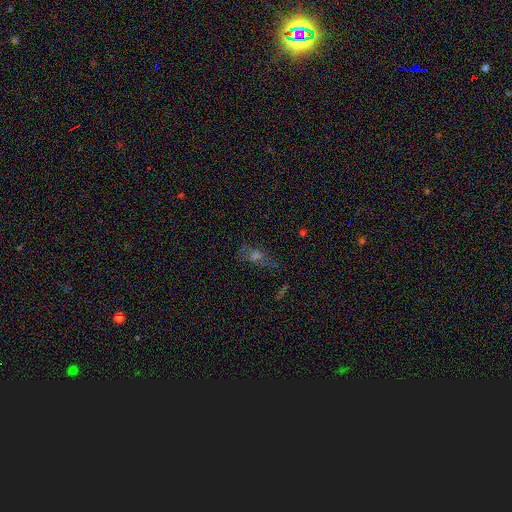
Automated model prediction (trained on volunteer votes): Morphology: type=smooth (35%); merging=none (56%).